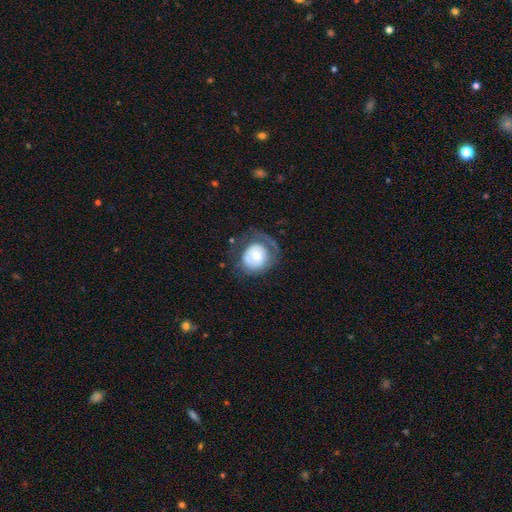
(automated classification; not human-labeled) The model was most divided on "smooth or featured": smooth: 50%, featured or disk: 42%, star or artifact: 7%. Remaining: how rounded — round (74%); merging — none (47%).